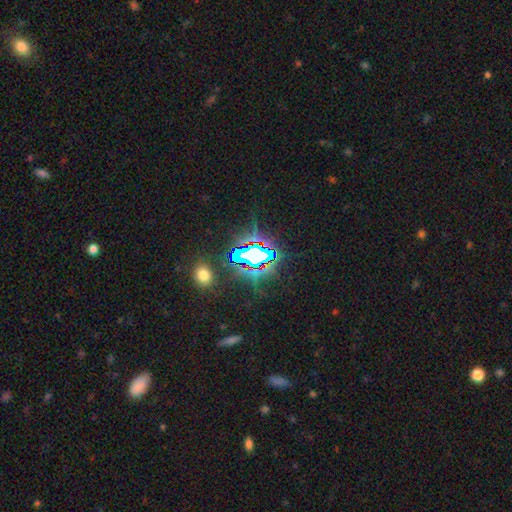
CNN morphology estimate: A star or artifact, not a galaxy (74%).

Vote fractions:
- Smooth or featured? star or artifact: 74% / featured or disk: 13% / smooth: 13%